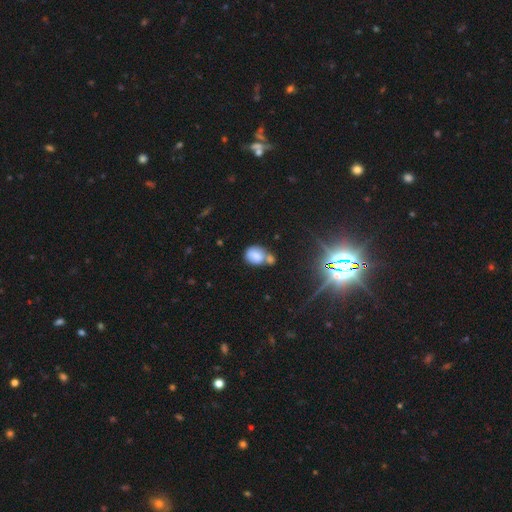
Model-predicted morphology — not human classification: A smooth galaxy with no disk features (74%) that is in between round and cigar-shaped (60%).

Vote fractions:
- Smooth or featured? smooth: 74% / featured or disk: 14% / star or artifact: 12%
- How rounded? in between: 60% / round: 38% / cigar-shaped: 1%
- Merging? merger: 41% / none: 36% / minor disturbance: 17% / major disturbance: 6%